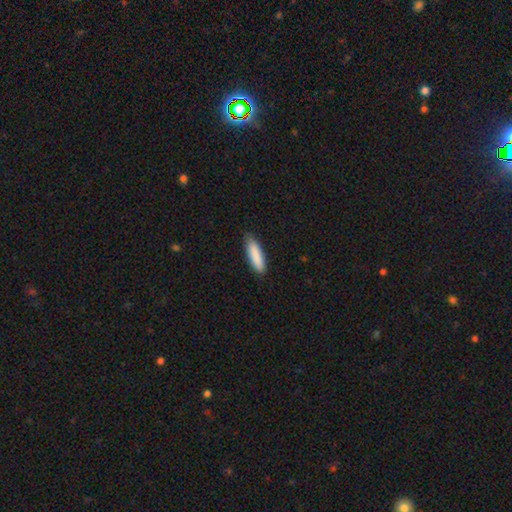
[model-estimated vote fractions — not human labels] Overall: smooth (89%). How rounded: cigar-shaped (58%; in between 40%). Merging: none (81%).